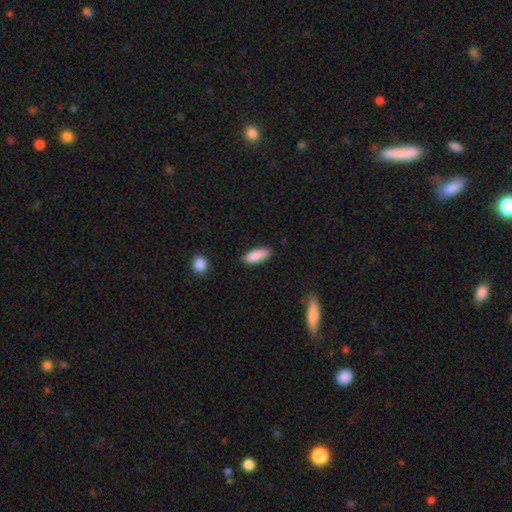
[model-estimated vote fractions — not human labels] Smooth or featured?
  - smooth: 89% *
  - star or artifact: 6%
  - featured or disk: 5%
How rounded?
  - in between: 73% *
  - cigar-shaped: 26%
  - round: 2%
Merging?
  - none: 83% *
  - minor disturbance: 13%
  - major disturbance: 2%
  - merger: 2%